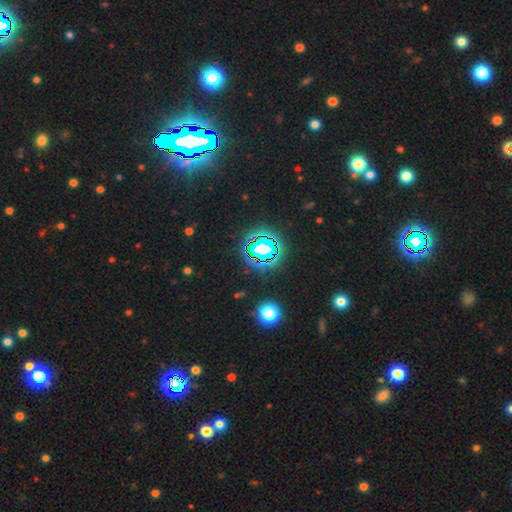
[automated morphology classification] smooth_or_featured: star or artifact (p=0.80) [alt: smooth p=0.12]